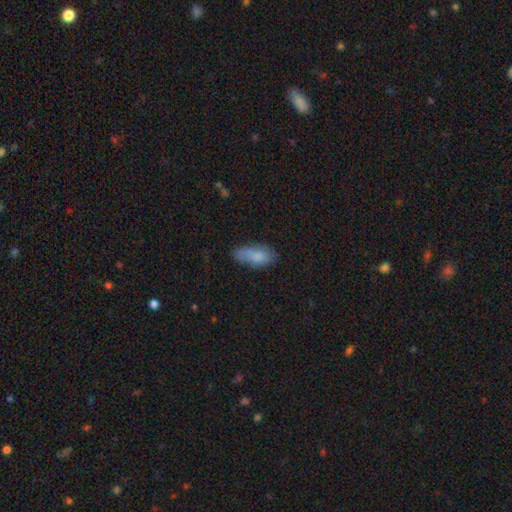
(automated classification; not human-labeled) Overall: smooth (80%). How rounded: in between (80%). Merging: none (60%; minor disturbance 28%).